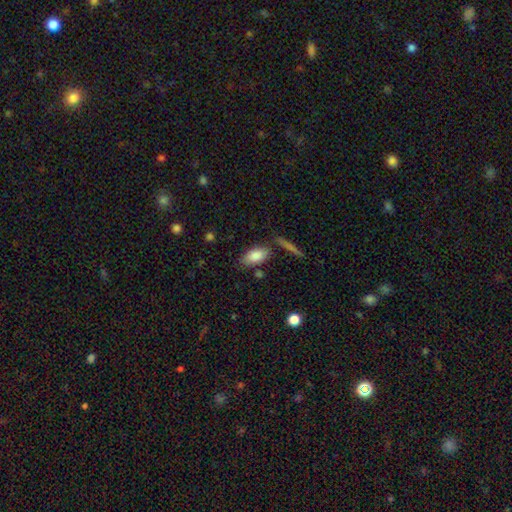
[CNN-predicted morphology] type=smooth (84%); roundness=in between (90%); merging=none (75%).